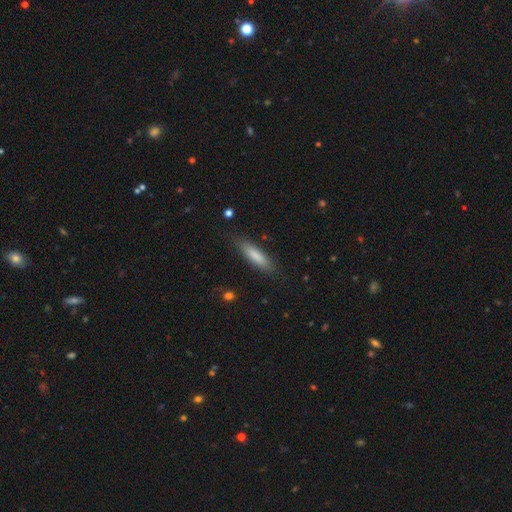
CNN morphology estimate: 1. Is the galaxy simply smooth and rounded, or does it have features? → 81% smooth, 13% featured or disk, 6% star or artifact.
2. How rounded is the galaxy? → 71% cigar-shaped, 27% in between, 1% round.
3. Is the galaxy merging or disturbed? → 84% none, 12% minor disturbance, 3% major disturbance, 1% merger.